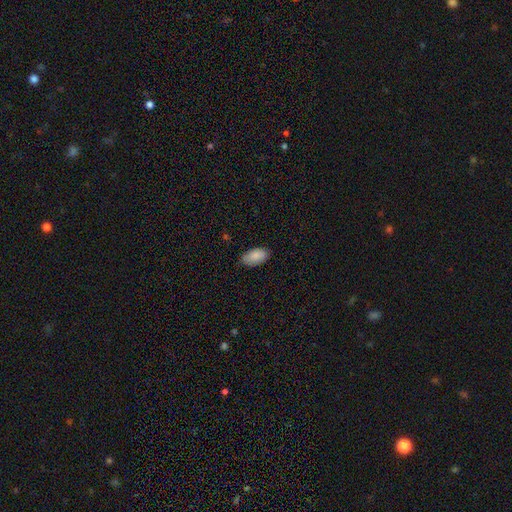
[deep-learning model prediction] A smooth galaxy with no disk features (88%) that is in between round and cigar-shaped (95%). Merging: none (78%).